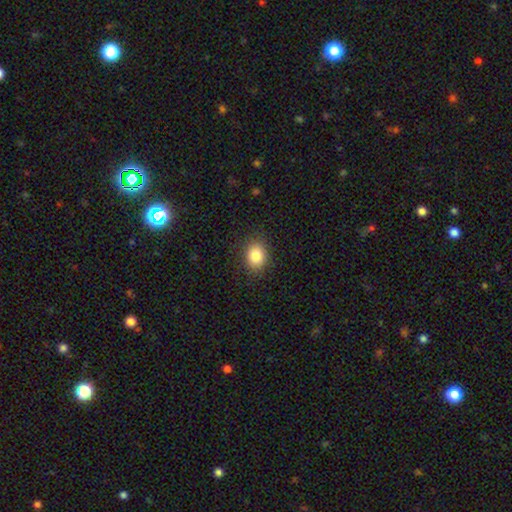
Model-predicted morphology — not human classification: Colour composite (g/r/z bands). It shows a smooth galaxy with no disk features (84%) that is in between round and cigar-shaped (54%). Merging: none (87%).